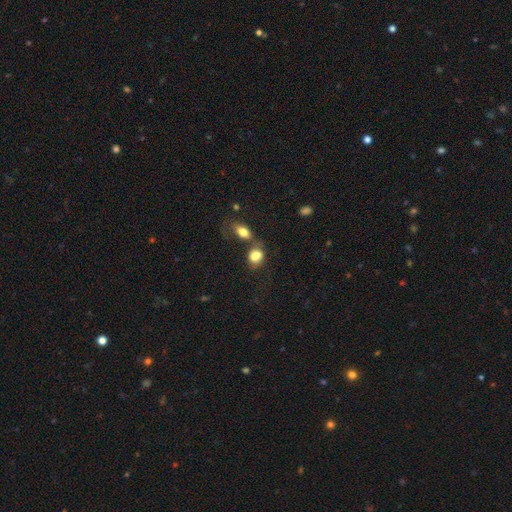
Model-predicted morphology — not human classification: smooth 82%, featured or disk 9%, star or artifact 9%. Down the decision tree: how rounded — in between (66%); merging — merger (38%).